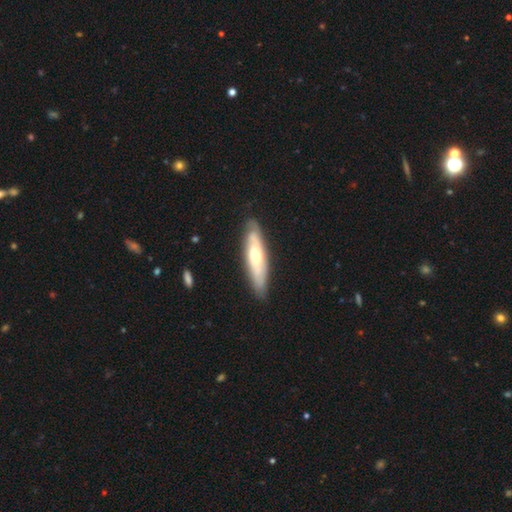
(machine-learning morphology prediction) Smooth or featured: featured or disk — 56% (smooth — 39%)
Edge-on disk: yes — 53% (no — 47%)
Merging: none — 82% (minor disturbance — 14%)